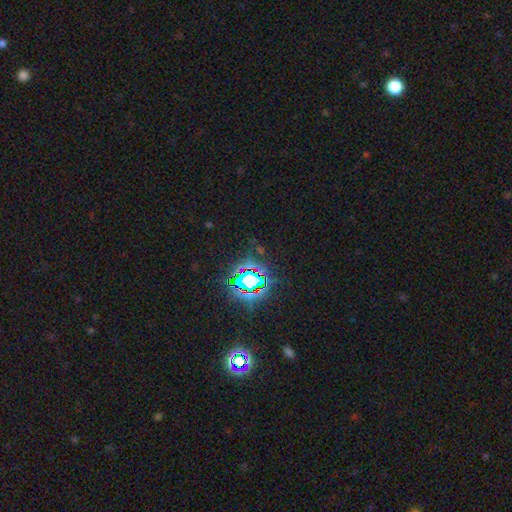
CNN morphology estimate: smooth-or-featured: star or artifact: 81% | smooth: 11% | featured or disk: 8%